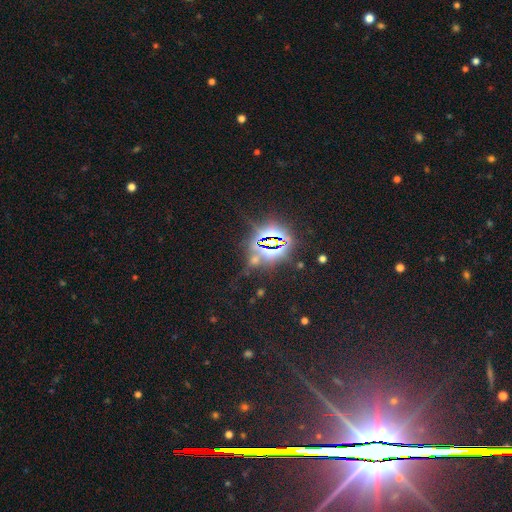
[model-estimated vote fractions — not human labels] Morphology: type=star or artifact (80%).